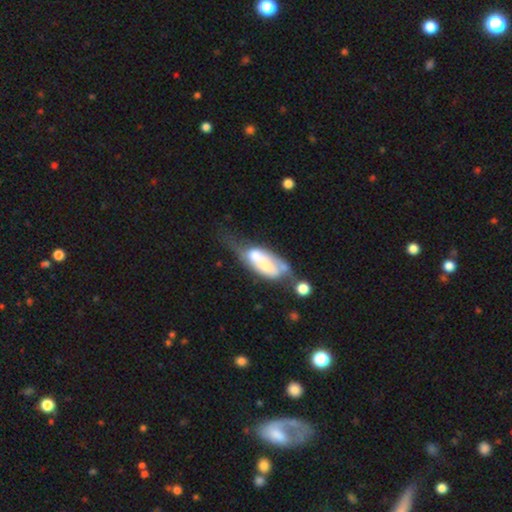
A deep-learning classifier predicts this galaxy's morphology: type=featured or disk (50%); merging=merger (35%).